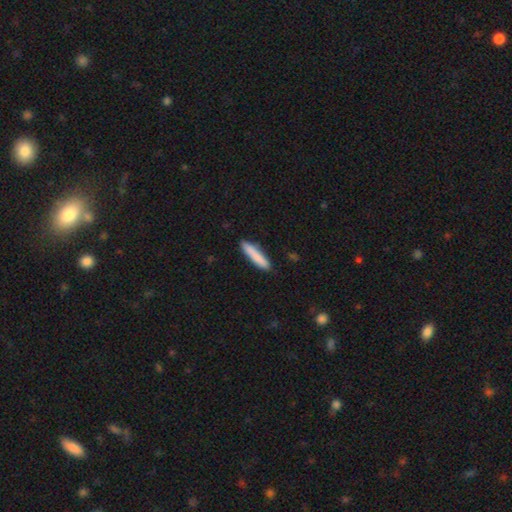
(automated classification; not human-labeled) Overall: smooth (84%). How rounded: cigar-shaped (90%). Merging: none (88%).